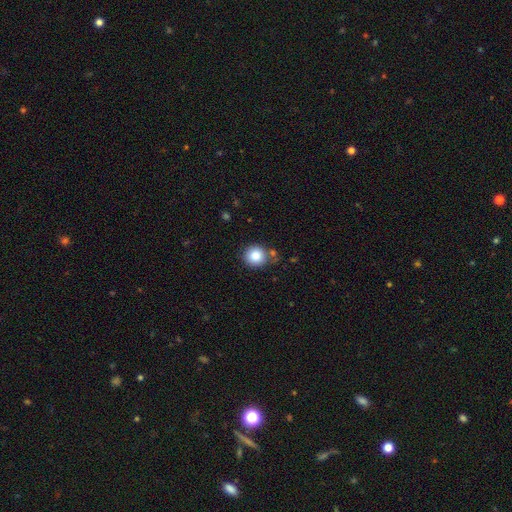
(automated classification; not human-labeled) This appears to be a smooth galaxy with no disk features (83%) that is round (91%). Merging: none (76%).